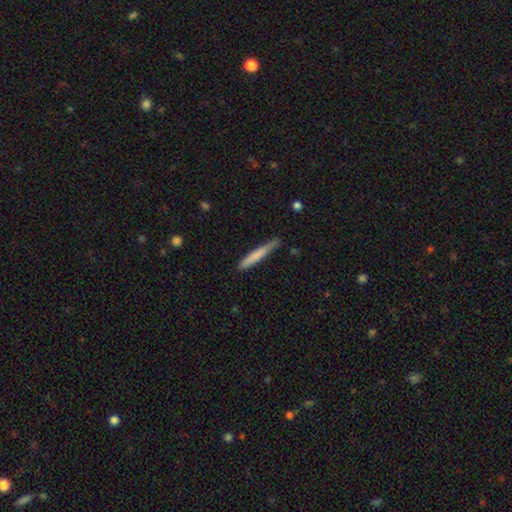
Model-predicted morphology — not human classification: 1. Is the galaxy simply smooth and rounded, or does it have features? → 71% smooth, 24% featured or disk, 6% star or artifact.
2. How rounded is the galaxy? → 96% cigar-shaped, 3% in between, 1% round.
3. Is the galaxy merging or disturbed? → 77% none, 18% minor disturbance, 3% major disturbance, 2% merger.